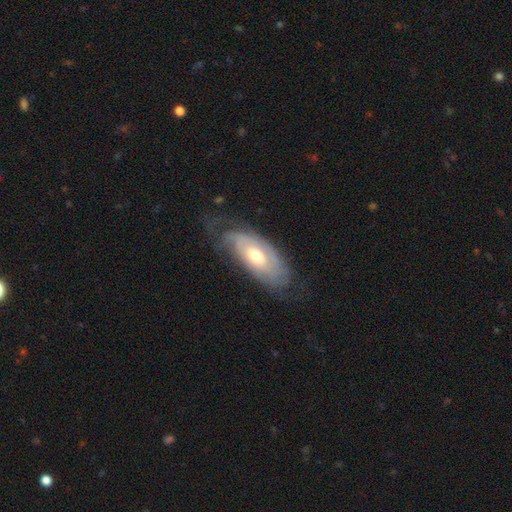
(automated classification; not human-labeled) Overall: featured or disk (68%). Edge-on disk: no (87%). Bar: no (70%). Spiral arms: yes (81%). Bulge size: moderate (69%). Merging: none (60%; minor disturbance 25%).